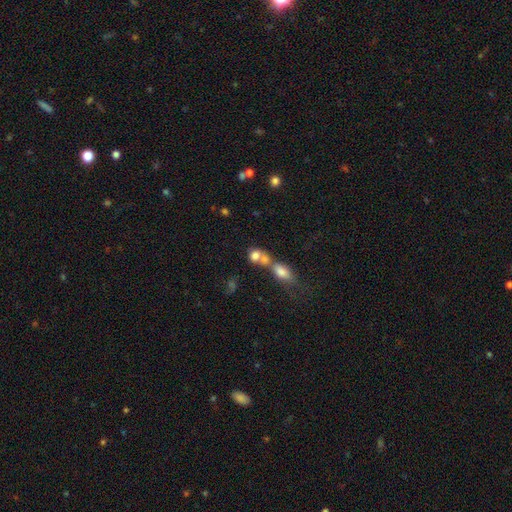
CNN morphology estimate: This appears to be a smooth galaxy with no disk features (74%) that is round (54%). Merging: merger (63%).